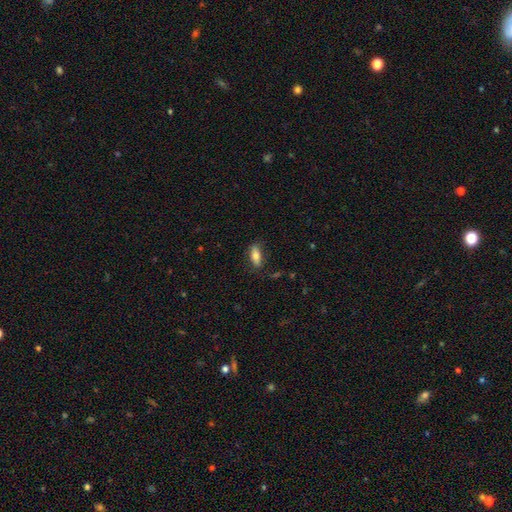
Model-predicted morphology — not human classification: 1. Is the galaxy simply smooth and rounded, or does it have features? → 76% smooth, 17% featured or disk, 7% star or artifact.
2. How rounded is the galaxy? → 76% in between, 21% cigar-shaped, 3% round.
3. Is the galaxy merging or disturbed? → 78% none, 16% minor disturbance, 4% major disturbance, 1% merger.